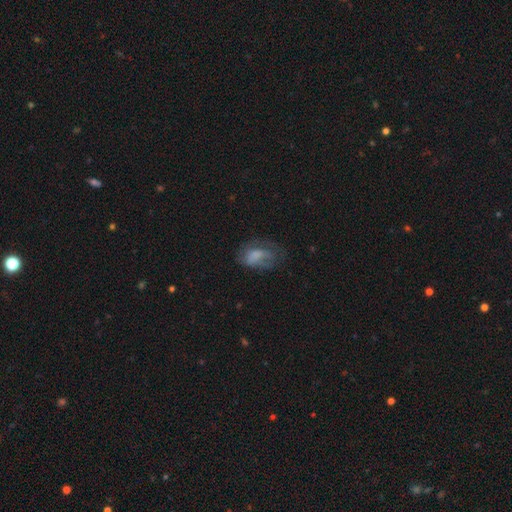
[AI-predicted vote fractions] Morphology: type=smooth (56%); roundness=in between (85%); merging=none (37%).